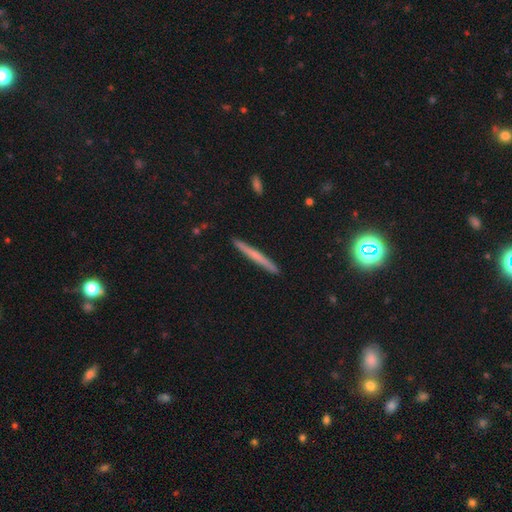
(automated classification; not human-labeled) A smooth galaxy with no disk features (49%).

Vote fractions:
- Smooth or featured? smooth: 49% / featured or disk: 43% / star or artifact: 8%
- Merging? none: 91% / minor disturbance: 6% / major disturbance: 1% / merger: 1%